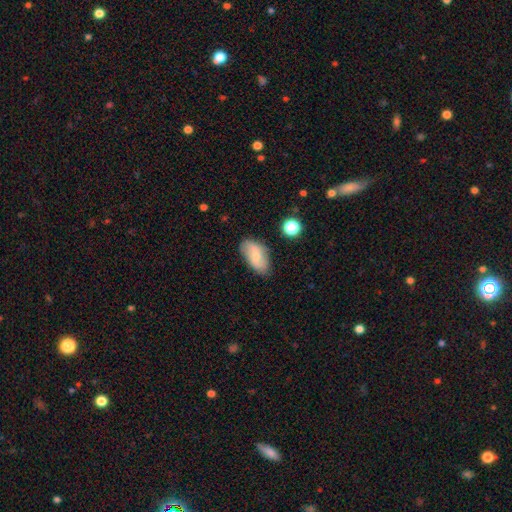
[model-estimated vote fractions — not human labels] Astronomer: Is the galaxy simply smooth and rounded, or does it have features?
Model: smooth — 57% (runner-up: featured or disk, 35%).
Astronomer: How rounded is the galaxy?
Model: in between — 92%.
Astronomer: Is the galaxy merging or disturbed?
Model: none — 78%.